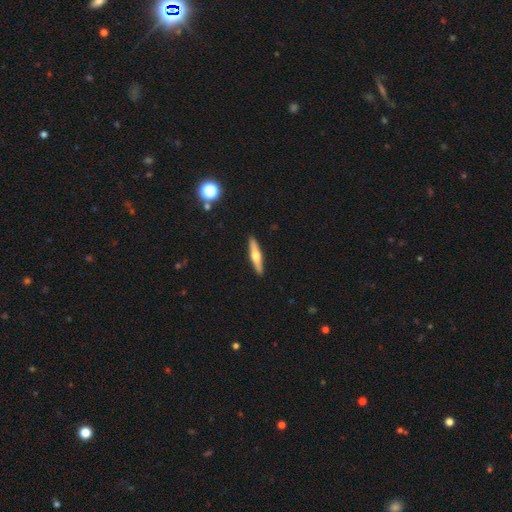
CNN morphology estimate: featured or disk 56%, smooth 38%, star or artifact 6%. Down the decision tree: edge-on disk — yes (96%); edge-on bulge — rounded (92%); merging — none (91%).